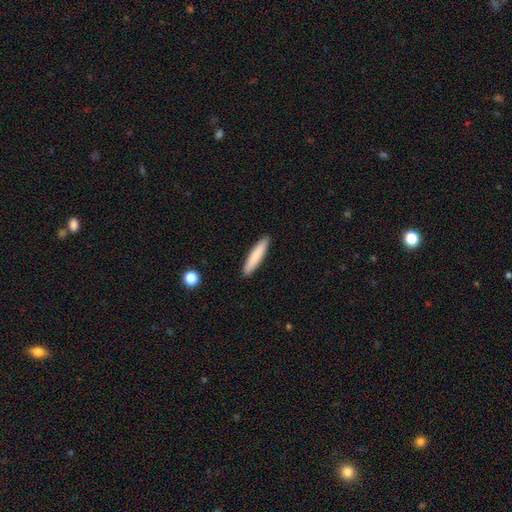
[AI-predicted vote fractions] Smooth or featured: smooth — 82% (featured or disk — 12%)
How rounded: cigar-shaped — 88% (in between — 10%)
Merging: none — 91% (minor disturbance — 6%)